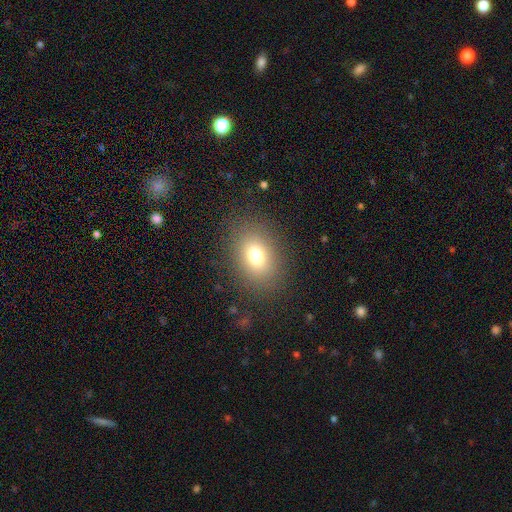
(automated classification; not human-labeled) Q: Smooth or featured?
A: smooth (74%); runner-up: star or artifact (14%)
Q: How rounded?
A: in between (66%); runner-up: round (33%)
Q: Merging?
A: none (84%); runner-up: minor disturbance (9%)